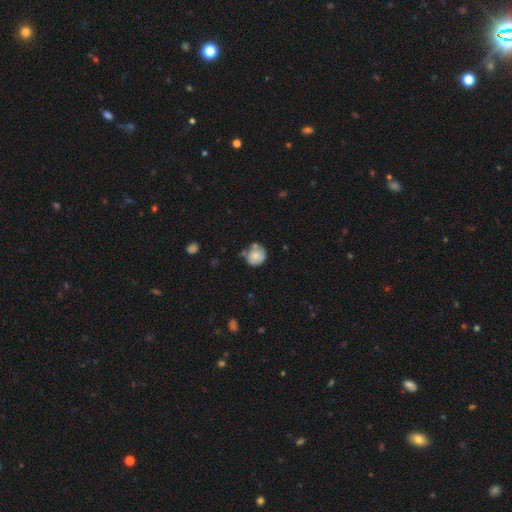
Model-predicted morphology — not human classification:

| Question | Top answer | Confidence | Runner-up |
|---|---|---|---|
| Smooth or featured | smooth | 77% | featured or disk (15%) |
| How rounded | round | 87% | in between (12%) |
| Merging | none | 60% | minor disturbance (25%) |